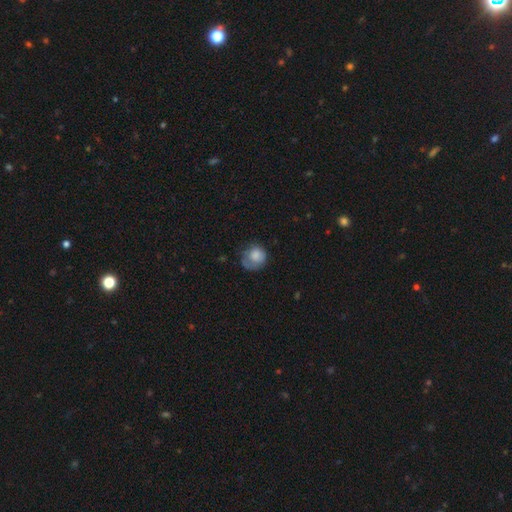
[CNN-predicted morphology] Smooth or featured: smooth — 72% (featured or disk — 20%)
How rounded: round — 80% (in between — 19%)
Merging: none — 49% (minor disturbance — 30%)